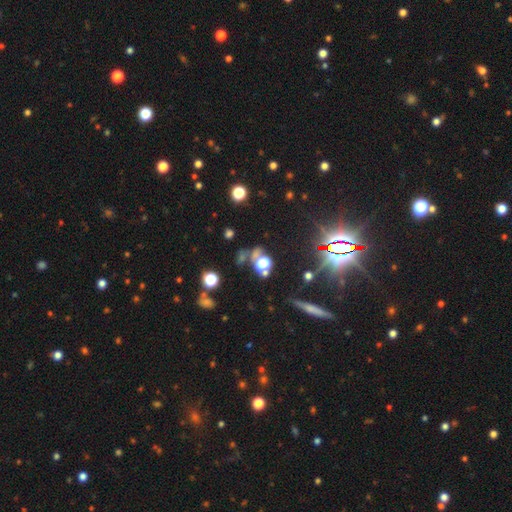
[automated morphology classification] Overall: star or artifact (51%; smooth 36%).